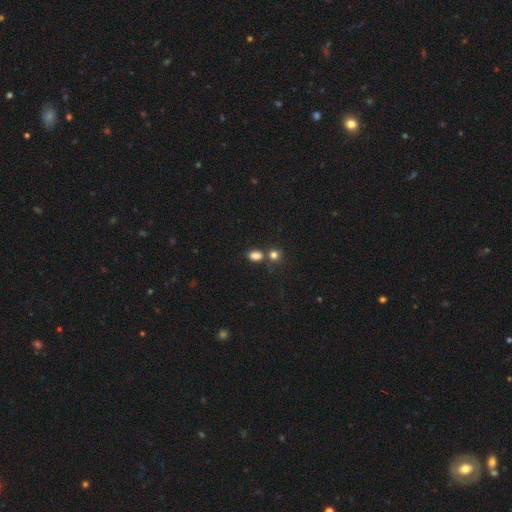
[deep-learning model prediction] Smooth or featured? Predicted: smooth (p=0.81). How rounded? Predicted: in between (p=0.76). Merging? Predicted: none (p=0.59).